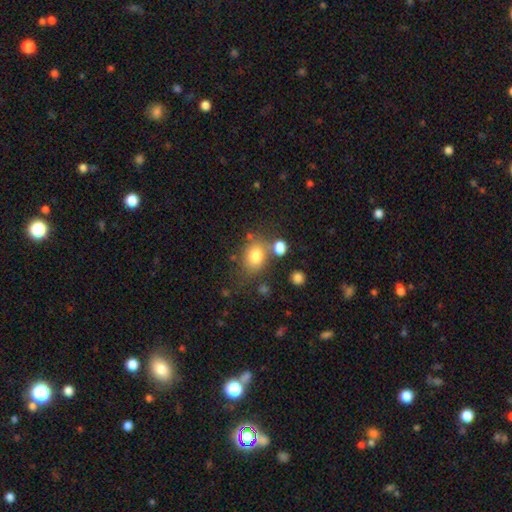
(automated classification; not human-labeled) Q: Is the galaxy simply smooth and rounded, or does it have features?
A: smooth — 79%.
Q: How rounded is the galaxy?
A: in between — 52%.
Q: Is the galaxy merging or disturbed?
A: none — 64%.